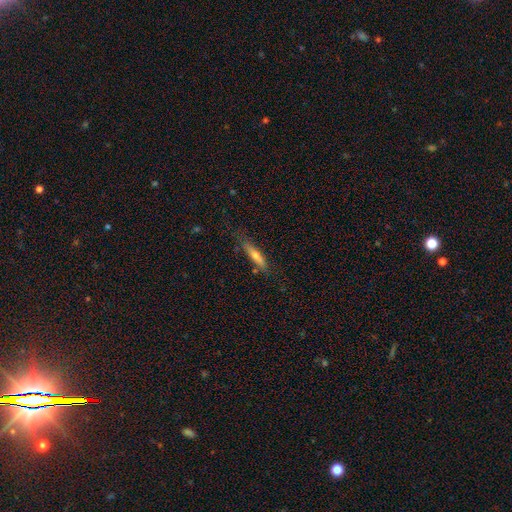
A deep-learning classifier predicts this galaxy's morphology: Q: Smooth or featured?
A: smooth (54%); runner-up: featured or disk (39%)
Q: How rounded?
A: cigar-shaped (84%); runner-up: in between (14%)
Q: Merging?
A: none (73%); runner-up: minor disturbance (20%)